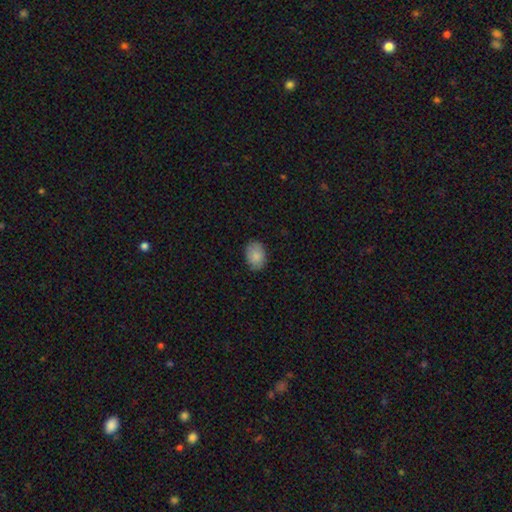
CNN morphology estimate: The model was most divided on "how rounded": in between: 79%, round: 20%, cigar-shaped: 1%. More confident: smooth or featured — smooth (86%); merging — none (83%).